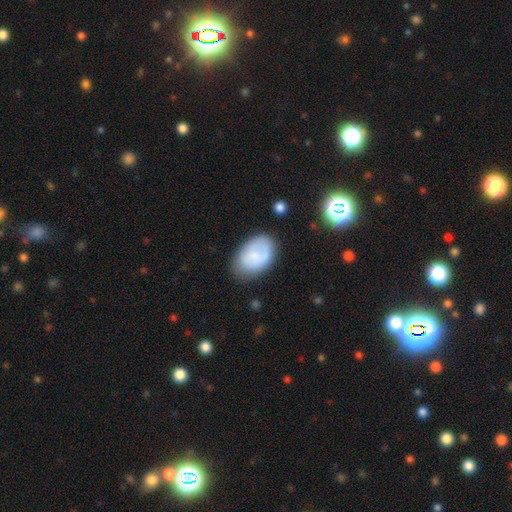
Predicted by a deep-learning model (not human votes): Smooth or featured? smooth (72%)
How rounded? in between (86%)
Merging? none (65%)